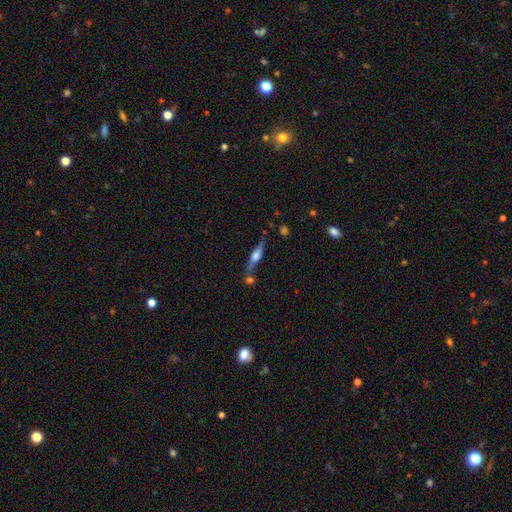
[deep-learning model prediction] Smooth or featured?
  - featured or disk: 70% *
  - smooth: 22%
  - star or artifact: 8%
Edge-on disk?
  - yes: 93% *
  - no: 7%
Edge-on bulge?
  - rounded: 86% *
  - boxy: 11%
  - none: 3%
Merging?
  - none: 64% *
  - merger: 15%
  - minor disturbance: 15%
  - major disturbance: 5%